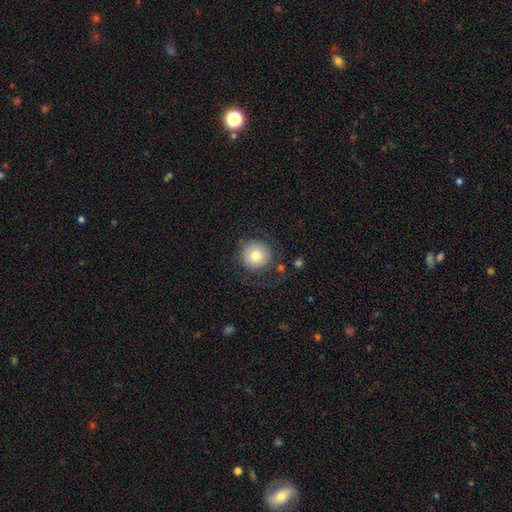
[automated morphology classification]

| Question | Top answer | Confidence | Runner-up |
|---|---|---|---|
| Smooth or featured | smooth | 76% | featured or disk (14%) |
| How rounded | round | 95% | in between (4%) |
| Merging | none | 79% | minor disturbance (12%) |